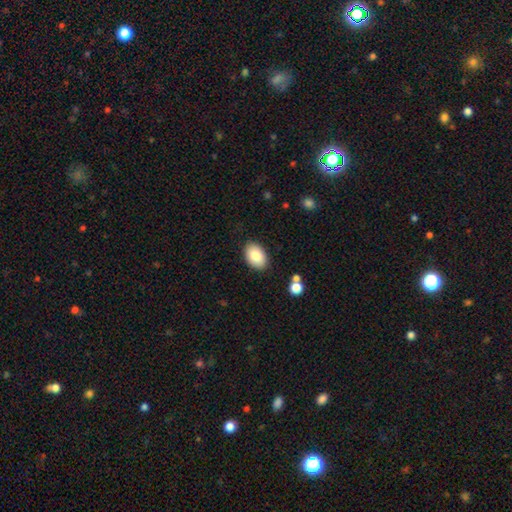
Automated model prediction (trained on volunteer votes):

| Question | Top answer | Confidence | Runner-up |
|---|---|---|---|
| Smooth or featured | smooth | 86% | featured or disk (7%) |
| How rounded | in between | 89% | round (10%) |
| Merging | none | 87% | minor disturbance (9%) |